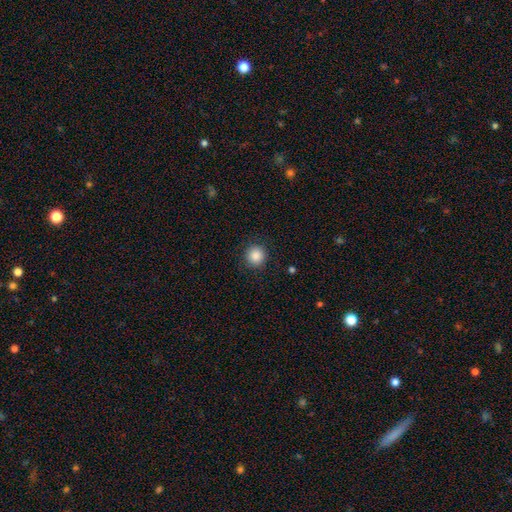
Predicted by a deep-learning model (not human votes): This appears to be a smooth galaxy with no disk features (87%) that is round (93%). Merging: none (90%).